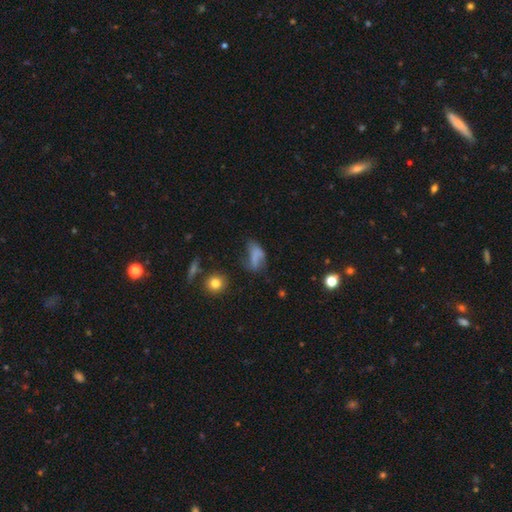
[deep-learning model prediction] Smooth or featured?
  - smooth: 59% *
  - featured or disk: 26%
  - star or artifact: 15%
How rounded?
  - in between: 81% *
  - round: 10%
  - cigar-shaped: 8%
Merging?
  - major disturbance: 32% *
  - none: 31%
  - minor disturbance: 26%
  - merger: 11%